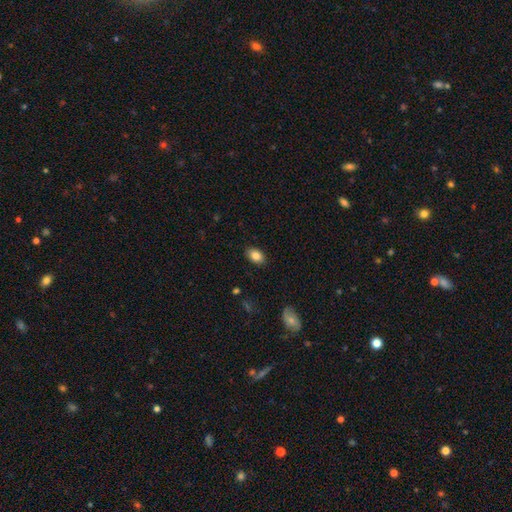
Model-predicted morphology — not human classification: A smooth galaxy with no disk features (86%) that is in between round and cigar-shaped (87%).

Vote fractions:
- Smooth or featured? smooth: 86% / star or artifact: 8% / featured or disk: 6%
- How rounded? in between: 87% / round: 12% / cigar-shaped: 1%
- Merging? none: 87% / minor disturbance: 9% / major disturbance: 2% / merger: 1%